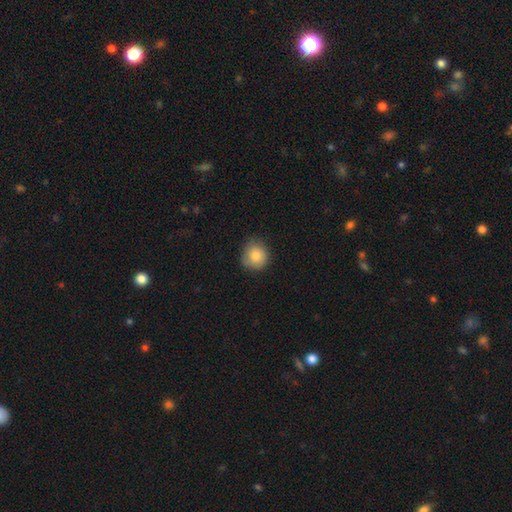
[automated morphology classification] Smooth or featured?
  - smooth: 82% *
  - featured or disk: 10%
  - star or artifact: 8%
How rounded?
  - round: 87% *
  - in between: 12%
  - cigar-shaped: 1%
Merging?
  - none: 74% *
  - minor disturbance: 21%
  - major disturbance: 4%
  - merger: 1%